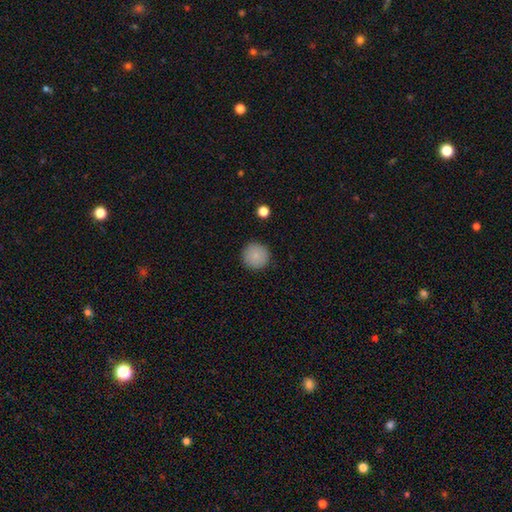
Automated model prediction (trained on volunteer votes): The model was most divided on "smooth or featured": smooth: 87%, star or artifact: 8%, featured or disk: 5%. More confident: how rounded — round (96%); merging — none (92%).